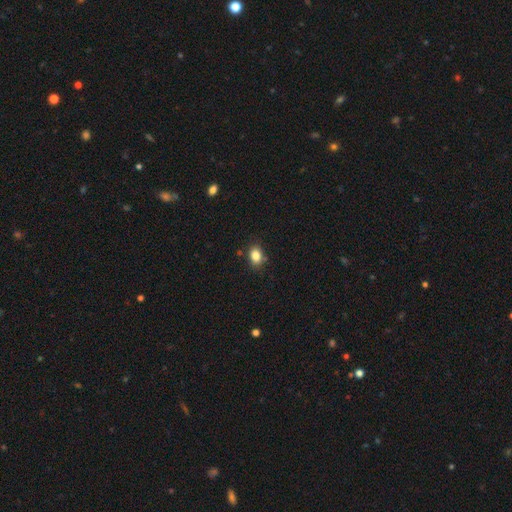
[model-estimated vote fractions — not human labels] Smooth or featured? Predicted: smooth (p=0.84). How rounded? Predicted: in between (p=0.66). Merging? Predicted: none (p=0.80).